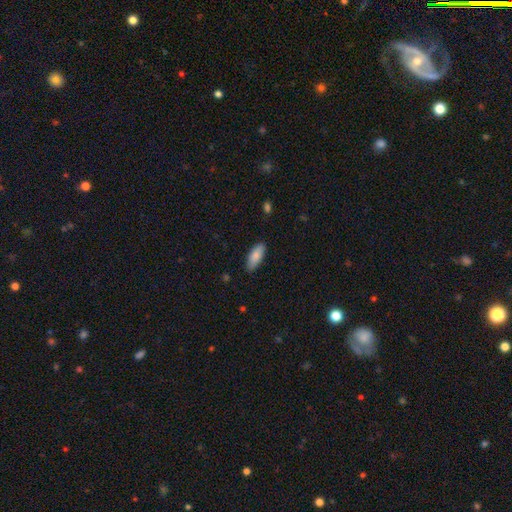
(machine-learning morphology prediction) The model was most divided on "how rounded": in between: 78%, cigar-shaped: 20%, round: 2%. More confident: merging — none (84%); smooth or featured — smooth (84%).